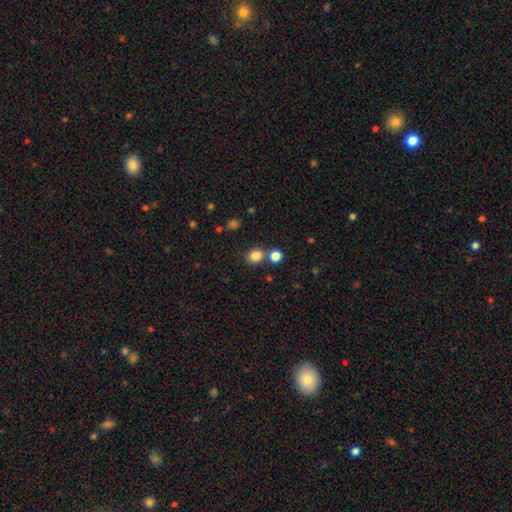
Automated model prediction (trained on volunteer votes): A smooth galaxy with no disk features (82%) that is round (72%).

Vote fractions:
- Smooth or featured? smooth: 82% / star or artifact: 12% / featured or disk: 5%
- How rounded? round: 72% / in between: 27% / cigar-shaped: 1%
- Merging? none: 73% / merger: 16% / minor disturbance: 9% / major disturbance: 3%